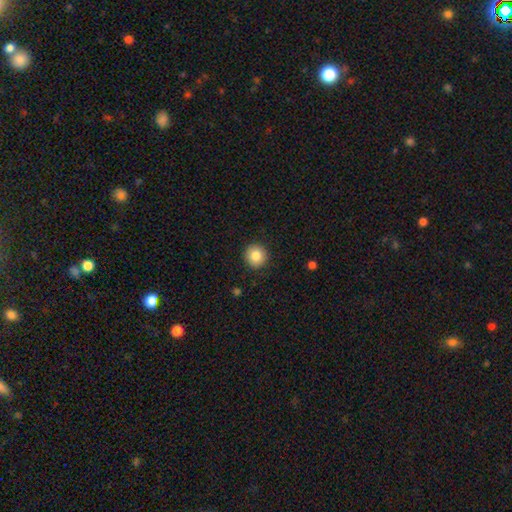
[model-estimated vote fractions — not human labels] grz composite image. It shows a smooth galaxy with no disk features (84%) that is round (94%). Merging: none (92%).